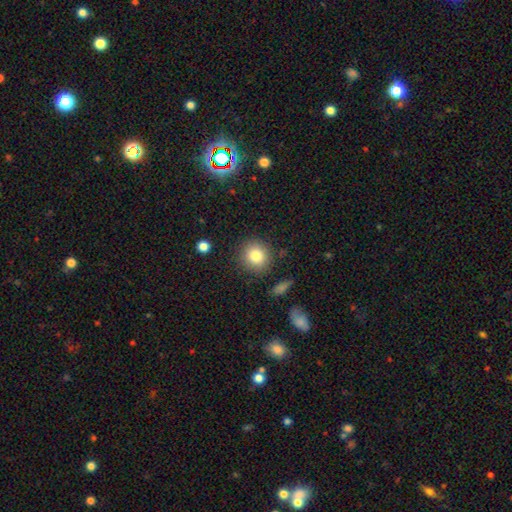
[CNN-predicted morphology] A smooth galaxy with no disk features (82%) that is round (88%).

Vote fractions:
- Smooth or featured? smooth: 82% / star or artifact: 10% / featured or disk: 8%
- How rounded? round: 88% / in between: 11% / cigar-shaped: 1%
- Merging? none: 87% / minor disturbance: 8% / major disturbance: 3% / merger: 2%